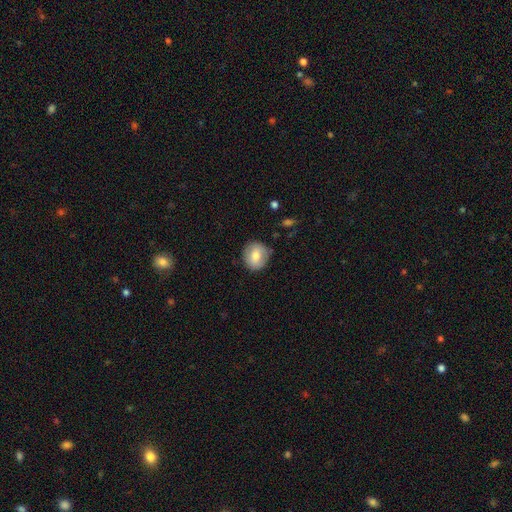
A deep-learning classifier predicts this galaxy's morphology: Q: Smooth or featured?
A: smooth (75%); runner-up: featured or disk (17%)
Q: How rounded?
A: round (87%); runner-up: in between (12%)
Q: Merging?
A: none (83%); runner-up: minor disturbance (12%)